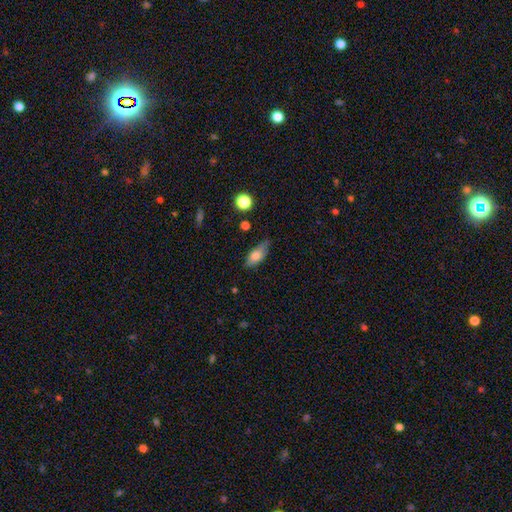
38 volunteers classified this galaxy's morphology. Smooth or featured: smooth — 76% (featured or disk — 16%)
How rounded: in between — 93% (cigar-shaped — 7%)
Merging: none — 51% (minor disturbance — 43%)